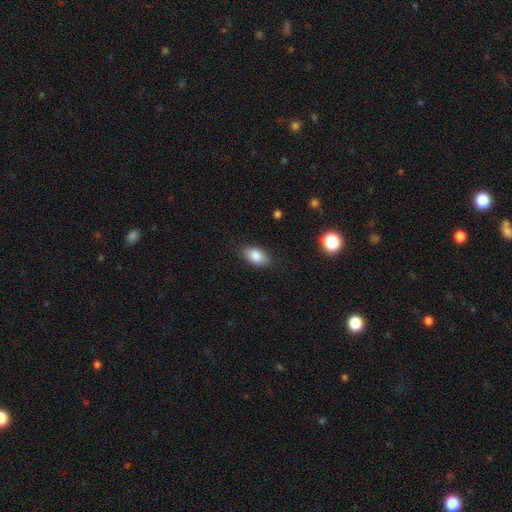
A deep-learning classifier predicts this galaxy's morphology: type=smooth (85%); roundness=in between (89%); merging=none (83%).